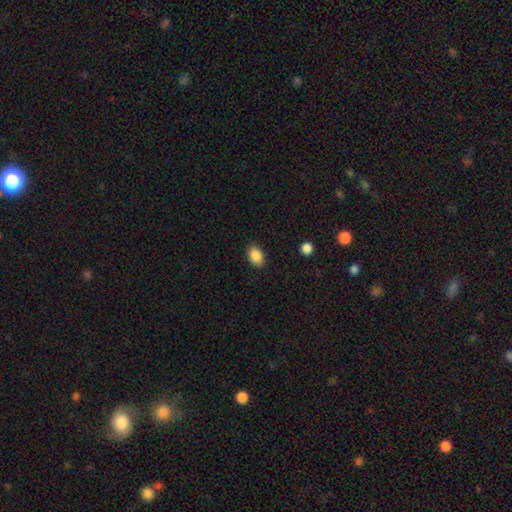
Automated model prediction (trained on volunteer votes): Smooth or featured? Predicted: smooth (p=0.88). How rounded? Predicted: in between (p=0.82). Merging? Predicted: none (p=0.87).